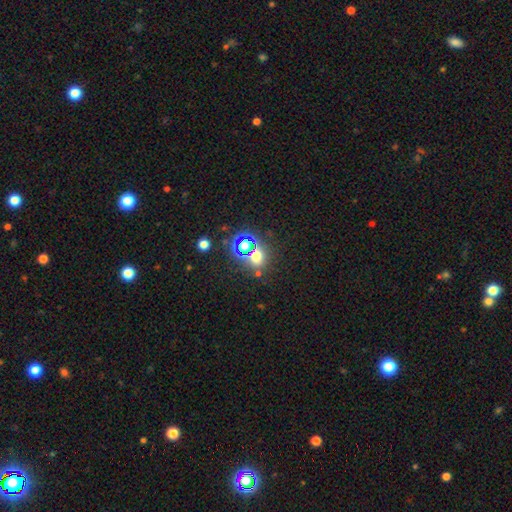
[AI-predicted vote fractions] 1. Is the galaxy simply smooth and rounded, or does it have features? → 49% smooth, 42% star or artifact, 9% featured or disk.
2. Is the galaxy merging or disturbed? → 71% none, 13% merger, 11% minor disturbance, 6% major disturbance.